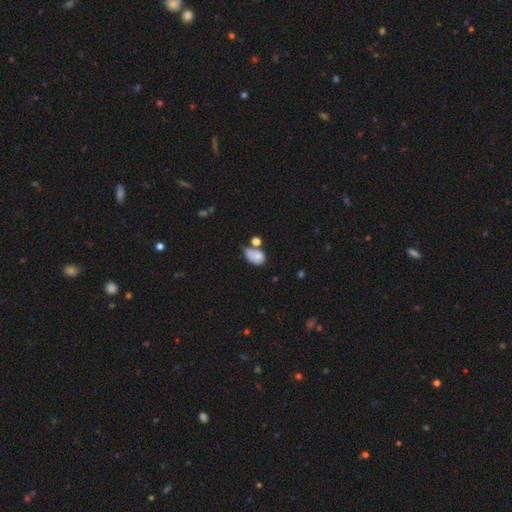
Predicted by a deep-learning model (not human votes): Smooth or featured?
  - smooth: 76% *
  - featured or disk: 14%
  - star or artifact: 10%
How rounded?
  - in between: 78% *
  - round: 20%
  - cigar-shaped: 1%
Merging?
  - none: 30% *
  - merger: 29%
  - minor disturbance: 26%
  - major disturbance: 14%